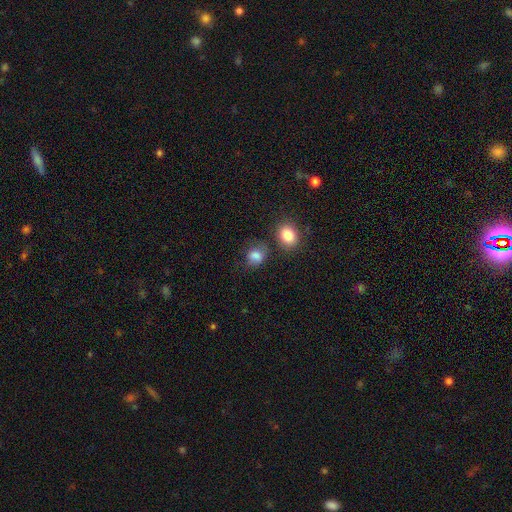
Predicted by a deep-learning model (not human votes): A smooth galaxy with no disk features (80%) that is round (55%).

Vote fractions:
- Smooth or featured? smooth: 80% / star or artifact: 11% / featured or disk: 8%
- How rounded? round: 55% / in between: 43% / cigar-shaped: 1%
- Merging? none: 59% / minor disturbance: 22% / merger: 10% / major disturbance: 9%